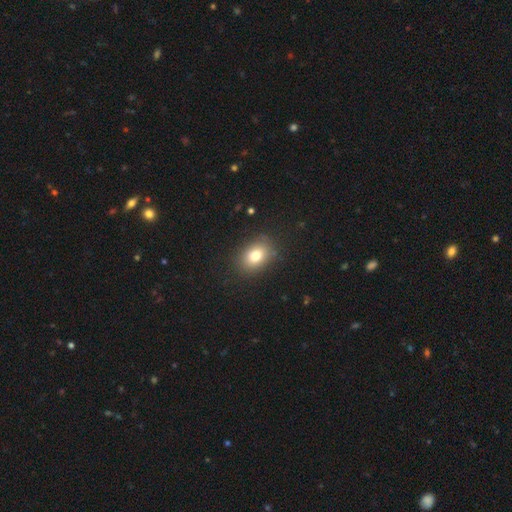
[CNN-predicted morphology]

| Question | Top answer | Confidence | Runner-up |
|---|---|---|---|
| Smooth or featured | smooth | 78% | featured or disk (11%) |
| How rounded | in between | 71% | round (28%) |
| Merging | none | 85% | minor disturbance (10%) |